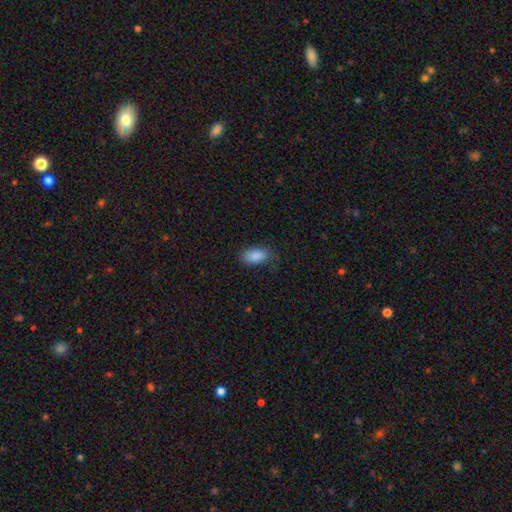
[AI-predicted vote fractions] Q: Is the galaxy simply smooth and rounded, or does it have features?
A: smooth — 88%.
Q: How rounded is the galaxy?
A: in between — 92%.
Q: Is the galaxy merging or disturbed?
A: none — 75%.